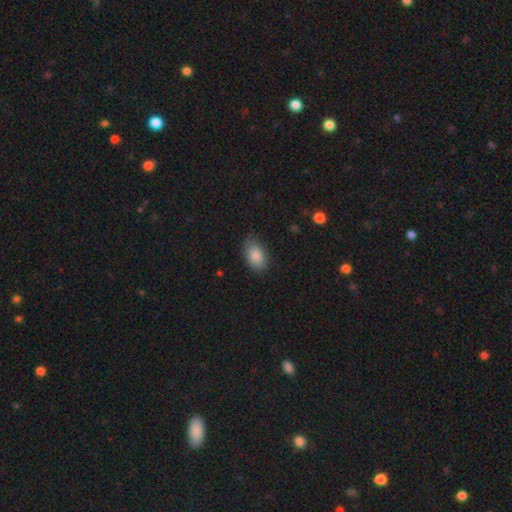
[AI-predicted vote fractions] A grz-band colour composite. It shows a smooth galaxy with no disk features (87%) that is in between round and cigar-shaped (90%). Merging: none (76%).